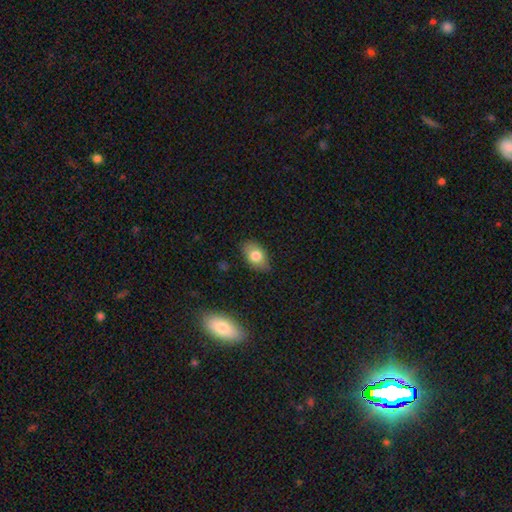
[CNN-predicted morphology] This is likely a smooth galaxy (77%). How rounded: clearly in between (88%). Merging: likely none (78%).